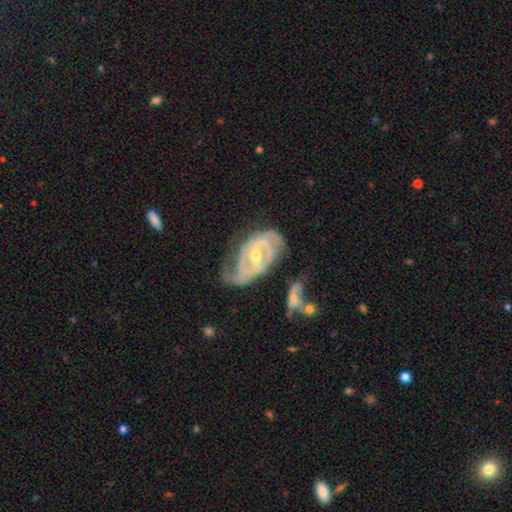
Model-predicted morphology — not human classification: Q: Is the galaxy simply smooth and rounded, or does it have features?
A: featured or disk — 88%.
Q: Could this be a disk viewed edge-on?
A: no — 96%.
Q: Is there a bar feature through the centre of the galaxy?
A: weak — 48%.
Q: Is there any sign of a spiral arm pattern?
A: yes — 93%.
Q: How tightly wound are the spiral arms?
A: tight — 56%.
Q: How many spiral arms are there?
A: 2 — 54%.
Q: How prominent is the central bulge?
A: moderate — 63%.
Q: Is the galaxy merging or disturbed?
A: none — 46%.